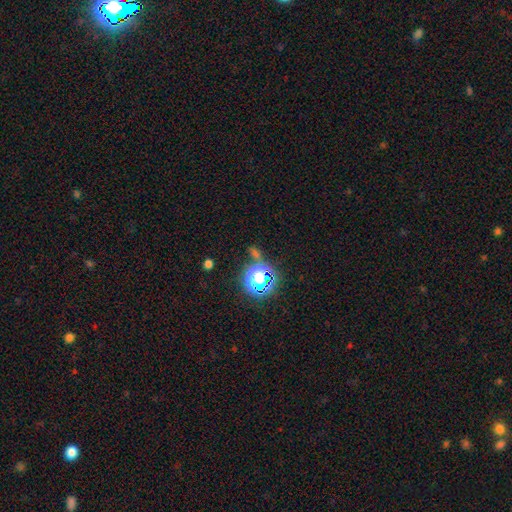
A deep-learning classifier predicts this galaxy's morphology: Smooth or featured? star or artifact (65%)